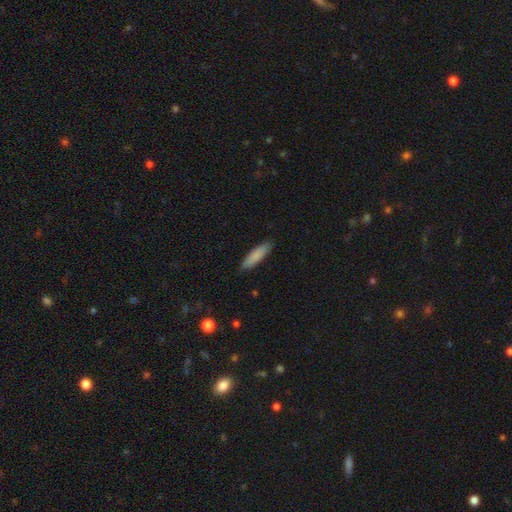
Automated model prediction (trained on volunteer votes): Smooth or featured: smooth — 84% (featured or disk — 10%)
How rounded: cigar-shaped — 70% (in between — 29%)
Merging: none — 86% (minor disturbance — 11%)